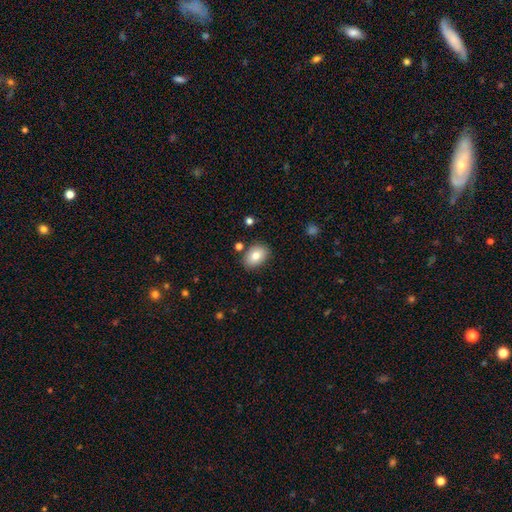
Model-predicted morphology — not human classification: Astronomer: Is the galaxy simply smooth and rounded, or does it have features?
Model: smooth — 80%.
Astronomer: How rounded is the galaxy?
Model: in between — 77%.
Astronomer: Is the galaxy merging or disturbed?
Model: none — 83%.